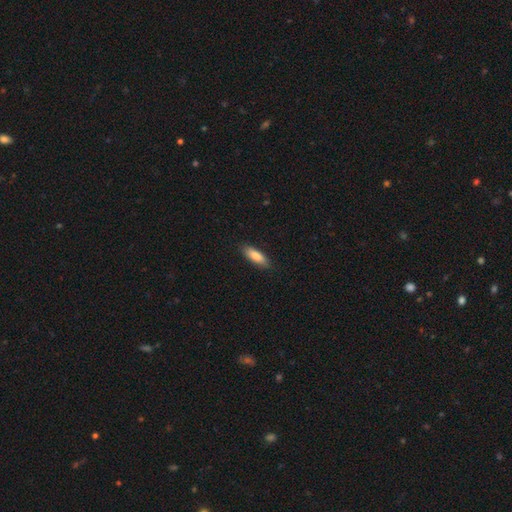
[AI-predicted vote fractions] This is clearly a smooth galaxy (83%). How rounded: possibly in between (58%). Merging: clearly none (86%).